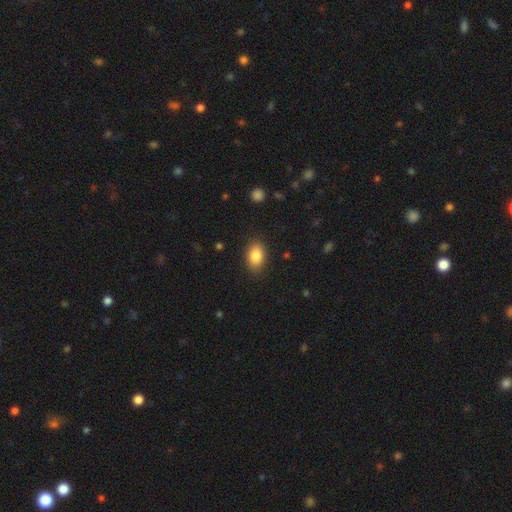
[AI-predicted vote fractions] This appears to be a smooth galaxy with no disk features (85%) that is in between round and cigar-shaped (87%). Merging: none (86%).